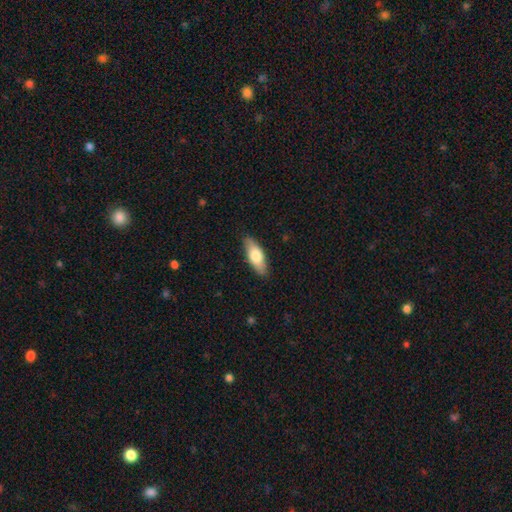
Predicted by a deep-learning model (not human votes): smooth-or-featured: smooth: 72% | featured or disk: 23% | star or artifact: 5%
  how-rounded: in between: 71% | cigar-shaped: 27% | round: 2%
  merging: none: 87% | minor disturbance: 10% | major disturbance: 2% | merger: 1%